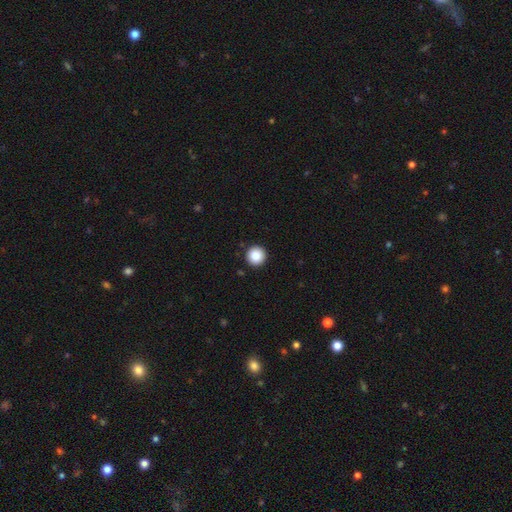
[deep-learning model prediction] Smooth or featured? smooth (87%)
How rounded? round (97%)
Merging? none (93%)